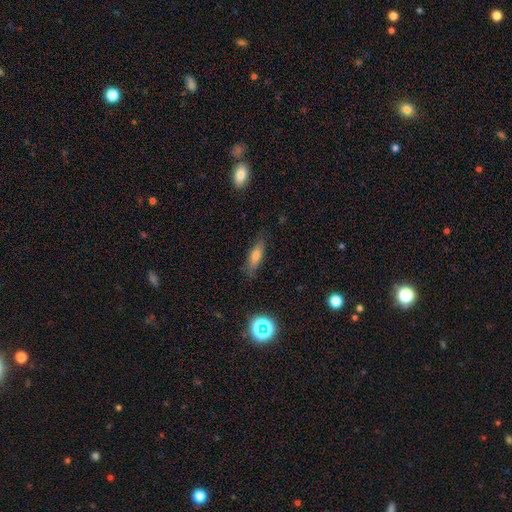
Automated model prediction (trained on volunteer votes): Q: Smooth or featured?
A: smooth (67%); runner-up: featured or disk (21%)
Q: How rounded?
A: in between (49%); runner-up: cigar-shaped (48%)
Q: Merging?
A: none (78%); runner-up: minor disturbance (17%)